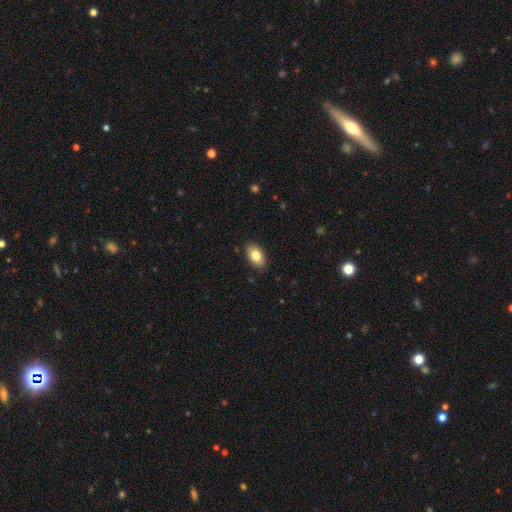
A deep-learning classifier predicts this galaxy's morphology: smooth 82%, featured or disk 11%, star or artifact 7%. Down the decision tree: how rounded — in between (92%); merging — none (88%).